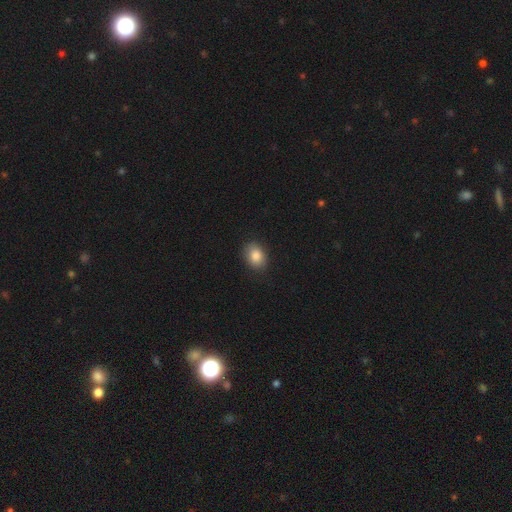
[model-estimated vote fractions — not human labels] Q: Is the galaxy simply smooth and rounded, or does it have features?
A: smooth — 85%.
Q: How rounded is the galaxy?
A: in between — 66%.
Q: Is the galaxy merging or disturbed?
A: none — 84%.